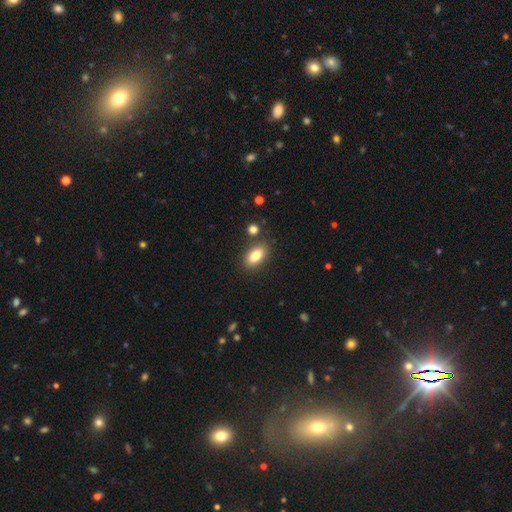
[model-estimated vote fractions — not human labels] smooth-or-featured: smooth: 81% | featured or disk: 11% | star or artifact: 8%
  how-rounded: in between: 89% | round: 6% | cigar-shaped: 5%
  merging: none: 82% | minor disturbance: 10% | merger: 6% | major disturbance: 3%